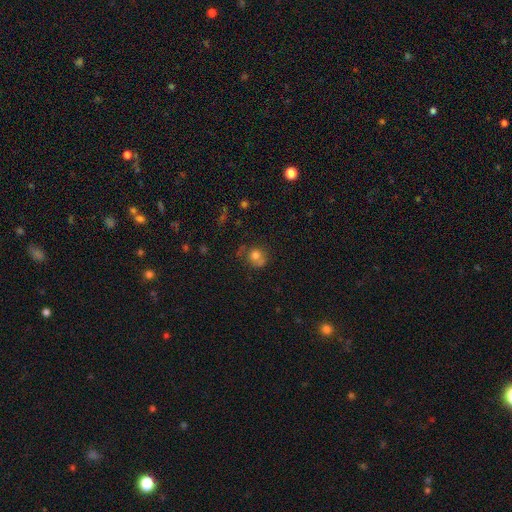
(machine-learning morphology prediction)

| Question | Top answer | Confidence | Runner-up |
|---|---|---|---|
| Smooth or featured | smooth | 70% | featured or disk (17%) |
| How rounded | round | 79% | in between (20%) |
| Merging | none | 53% | minor disturbance (23%) |